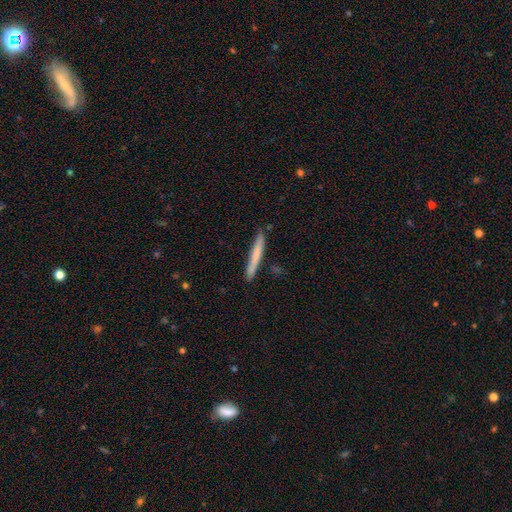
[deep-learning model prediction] Smooth or featured?
  - smooth: 68% *
  - featured or disk: 26%
  - star or artifact: 6%
How rounded?
  - cigar-shaped: 96% *
  - in between: 2%
  - round: 1%
Merging?
  - none: 86% *
  - minor disturbance: 10%
  - merger: 2%
  - major disturbance: 2%